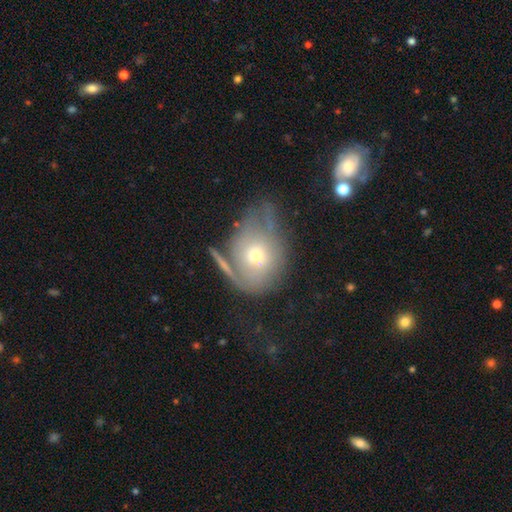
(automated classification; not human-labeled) A smooth galaxy with no disk features (49%). Merging: none (37%).